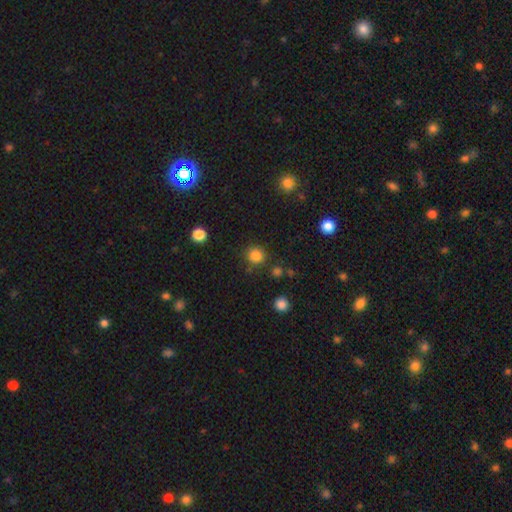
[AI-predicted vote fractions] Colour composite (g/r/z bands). It shows a smooth galaxy with no disk features (83%) that is round (91%). Merging: none (85%).